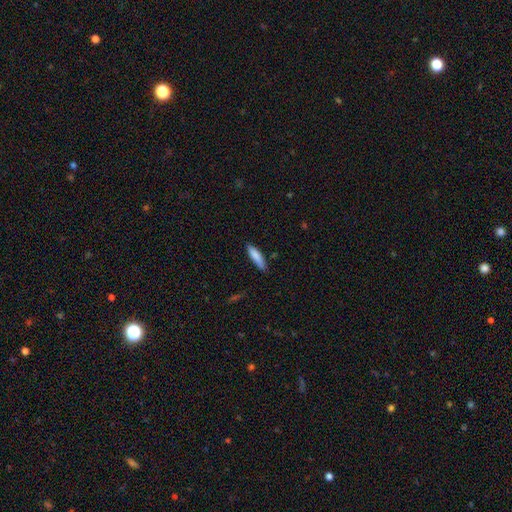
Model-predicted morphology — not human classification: smooth_or_featured: smooth (p=0.84) [alt: featured or disk p=0.10]
how_rounded: cigar-shaped (p=0.71) [alt: in between p=0.28]
merging: none (p=0.81) [alt: minor disturbance p=0.15]